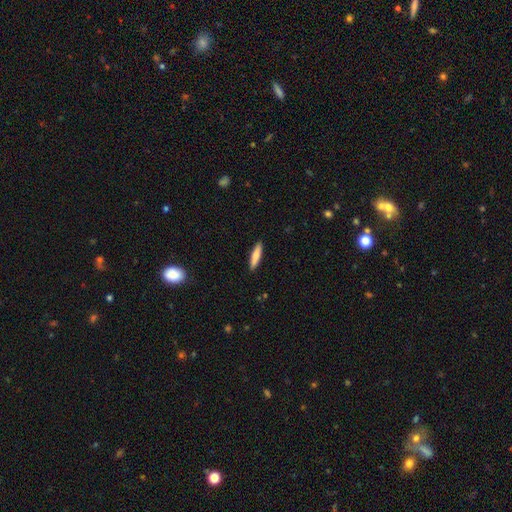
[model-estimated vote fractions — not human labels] Smooth or featured? smooth (77%)
How rounded? cigar-shaped (78%)
Merging? none (90%)